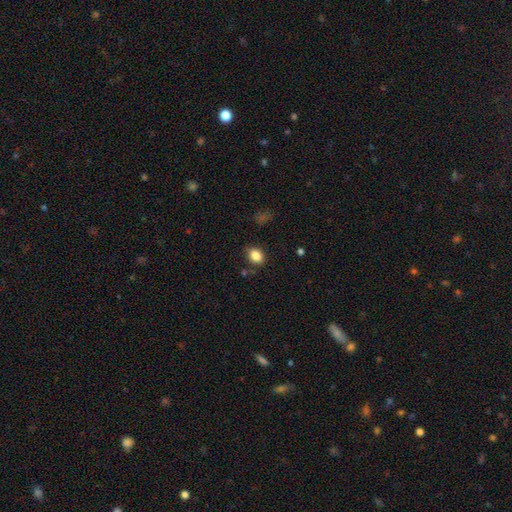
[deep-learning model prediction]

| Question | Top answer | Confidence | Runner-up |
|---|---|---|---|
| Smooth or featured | smooth | 86% | star or artifact (10%) |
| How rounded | in between | 67% | round (32%) |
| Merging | none | 81% | minor disturbance (13%) |